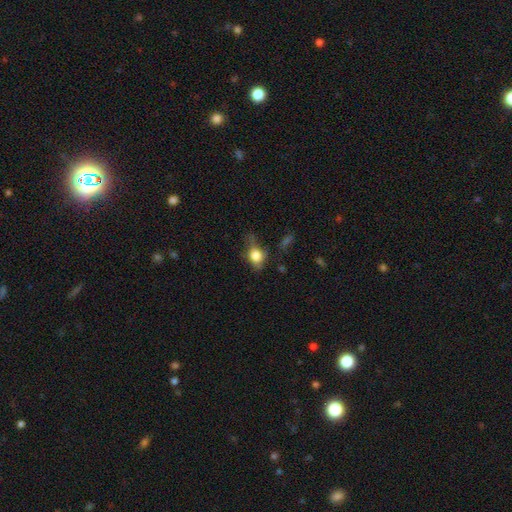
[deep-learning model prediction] Overall: smooth (69%). How rounded: in between (57%; round 39%). Merging: none (44%; minor disturbance 31%).